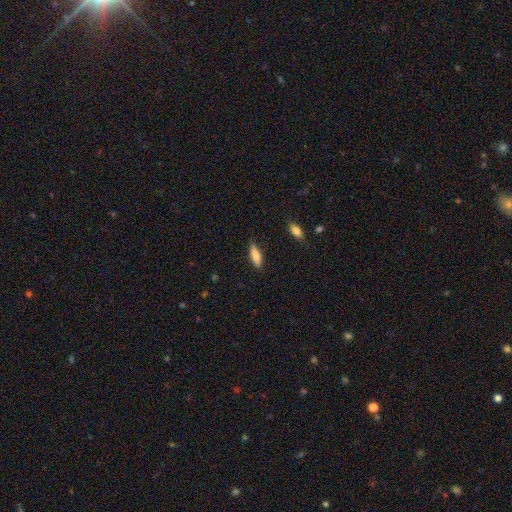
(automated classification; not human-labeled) The model was most divided on "how rounded": in between: 55%, cigar-shaped: 43%, round: 2%. More confident: merging — none (83%); smooth or featured — smooth (82%).